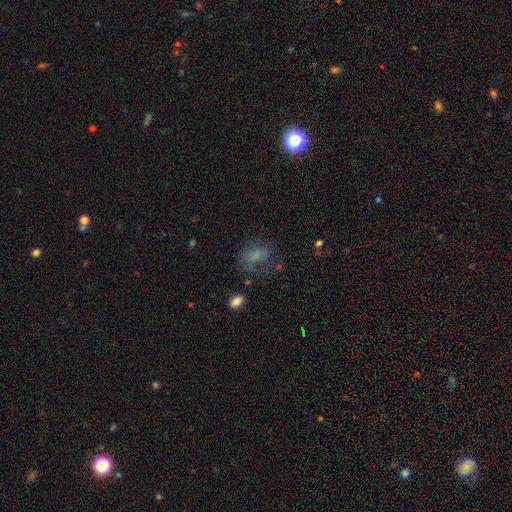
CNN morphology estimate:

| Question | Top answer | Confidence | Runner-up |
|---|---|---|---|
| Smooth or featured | smooth | 58% | featured or disk (24%) |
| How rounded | in between | 73% | round (24%) |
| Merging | none | 47% | major disturbance (26%) |